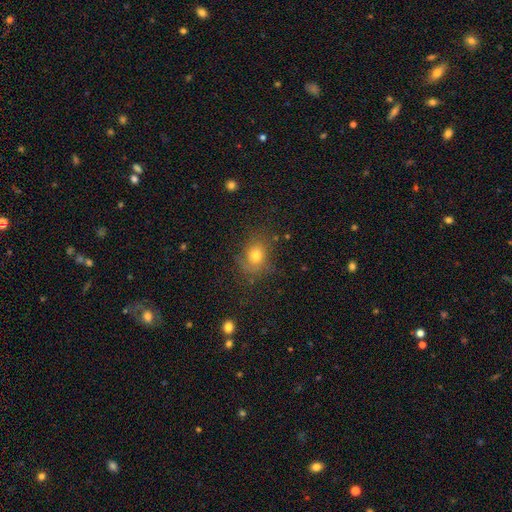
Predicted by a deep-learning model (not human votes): smooth 71%, featured or disk 15%, star or artifact 14%. Down the decision tree: how rounded — round (57%); merging — none (69%).